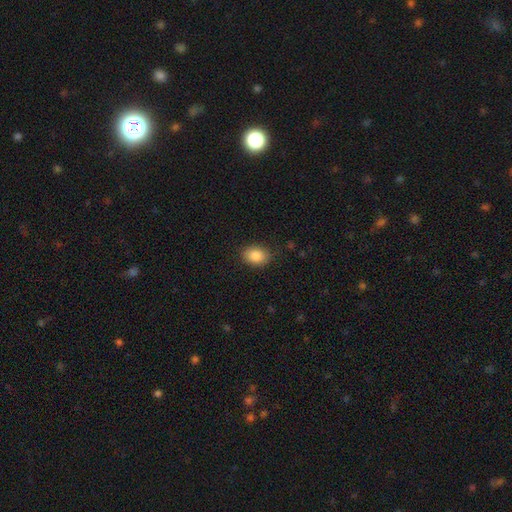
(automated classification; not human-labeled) Morphology: type=smooth (86%); roundness=in between (72%); merging=none (86%).